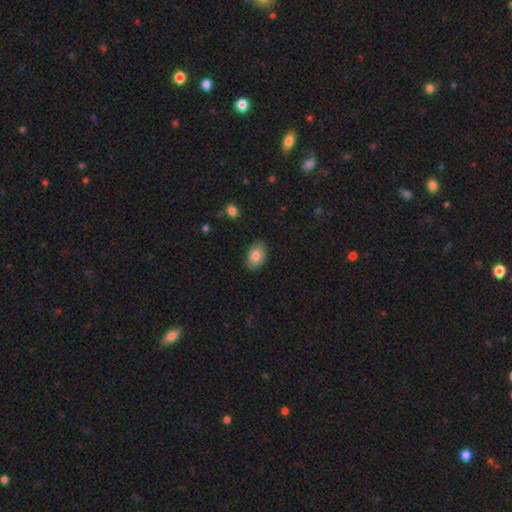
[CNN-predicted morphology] The model was most divided on "smooth or featured": smooth: 81%, featured or disk: 12%, star or artifact: 7%. More confident: how rounded — in between (87%); merging — none (84%).